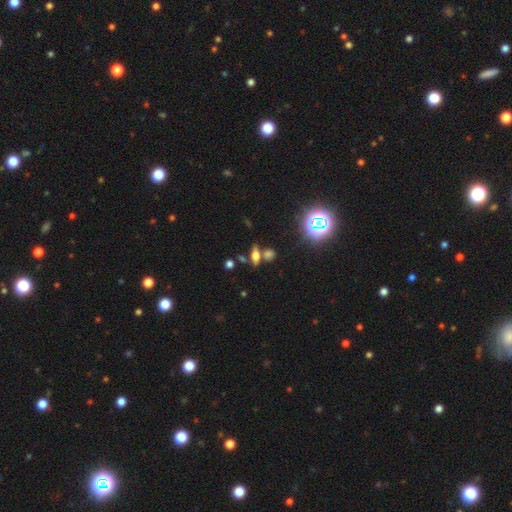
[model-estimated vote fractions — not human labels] smooth_or_featured: smooth (p=0.39) [alt: featured or disk p=0.37]
merging: none (p=0.67) [alt: merger p=0.18]